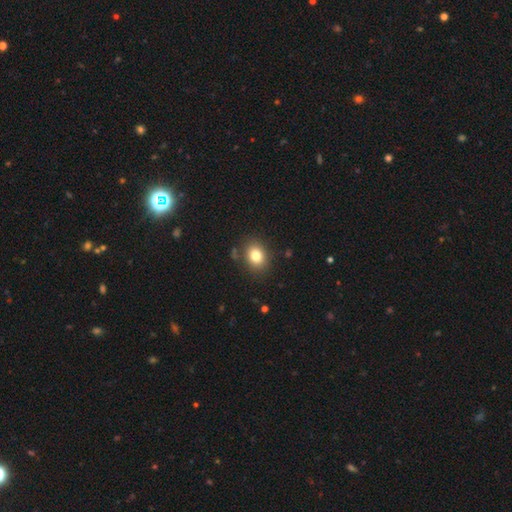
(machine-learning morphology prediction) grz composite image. It shows a smooth galaxy with no disk features (80%) that is round (50%). Merging: none (84%).